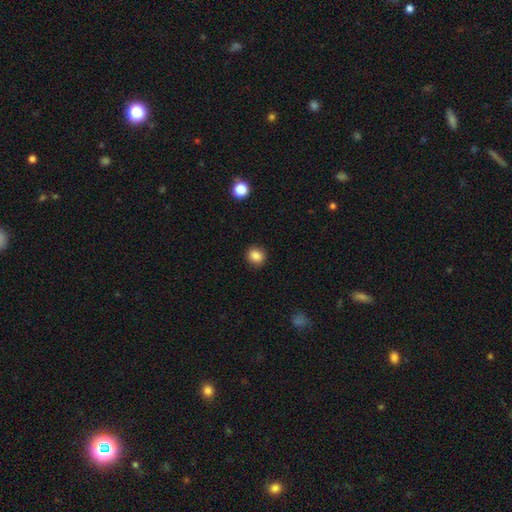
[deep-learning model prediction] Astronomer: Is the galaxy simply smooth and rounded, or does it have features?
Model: smooth — 86%.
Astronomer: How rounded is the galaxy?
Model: round — 84%.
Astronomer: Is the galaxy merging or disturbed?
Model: none — 90%.